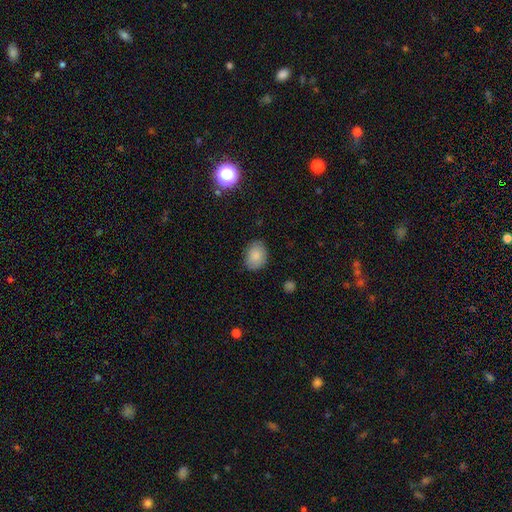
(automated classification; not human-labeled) This is clearly a smooth galaxy (84%). How rounded: likely in between (69%). Merging: clearly none (82%).